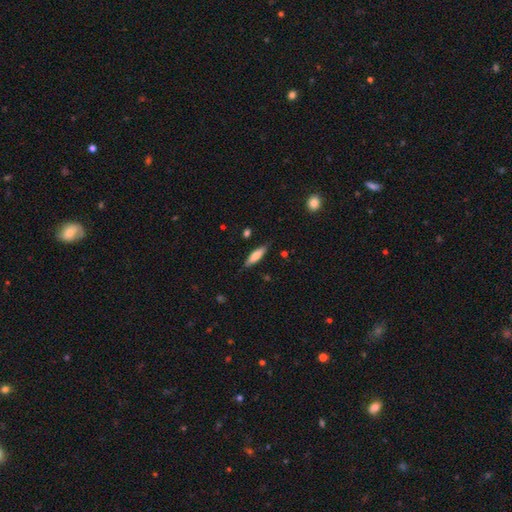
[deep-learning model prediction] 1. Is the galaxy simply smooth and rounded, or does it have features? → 72% smooth, 22% featured or disk, 6% star or artifact.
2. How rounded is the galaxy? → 63% cigar-shaped, 36% in between, 2% round.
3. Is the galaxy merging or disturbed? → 81% none, 15% minor disturbance, 3% major disturbance, 2% merger.